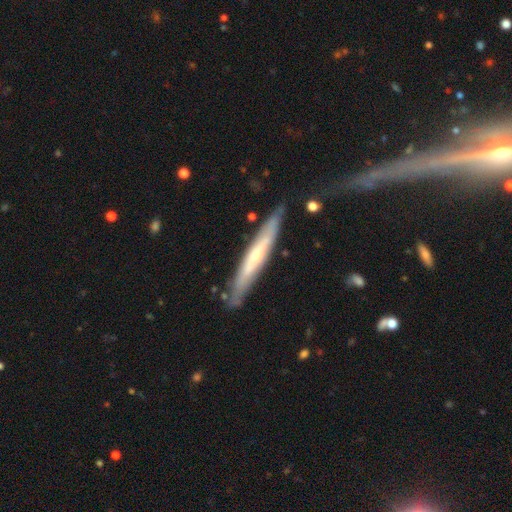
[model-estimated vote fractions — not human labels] This appears to be a featured or disk galaxy (61%) viewed edge-on (83%) with a rounded central bulge (59%). Merging: none (82%).